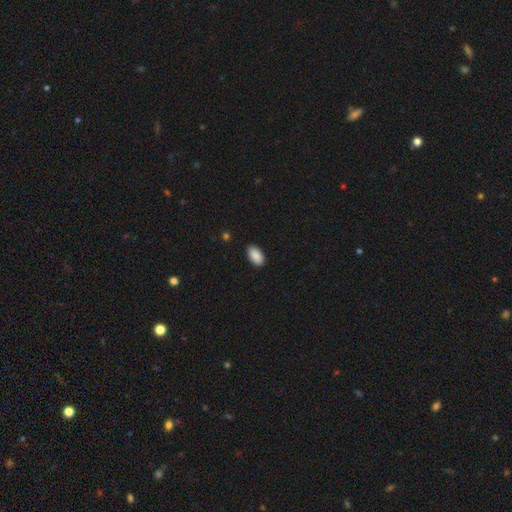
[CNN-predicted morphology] Smooth or featured?
  - smooth: 90% *
  - star or artifact: 7%
  - featured or disk: 3%
How rounded?
  - in between: 95% *
  - round: 3%
  - cigar-shaped: 2%
Merging?
  - none: 88% *
  - minor disturbance: 9%
  - major disturbance: 2%
  - merger: 1%